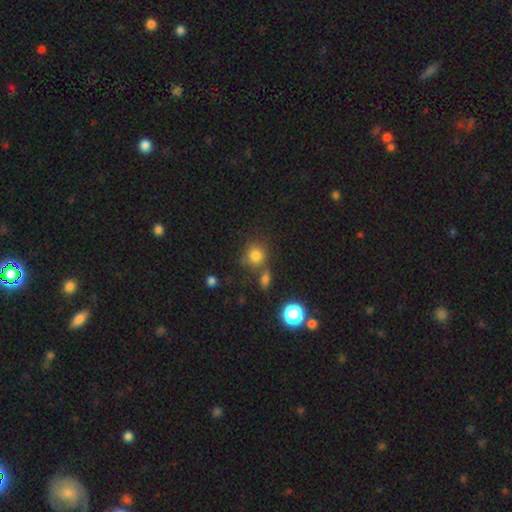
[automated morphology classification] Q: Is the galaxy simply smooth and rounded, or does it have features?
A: smooth — 78%.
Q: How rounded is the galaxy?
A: round — 86%.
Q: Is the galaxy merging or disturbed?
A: none — 65%.